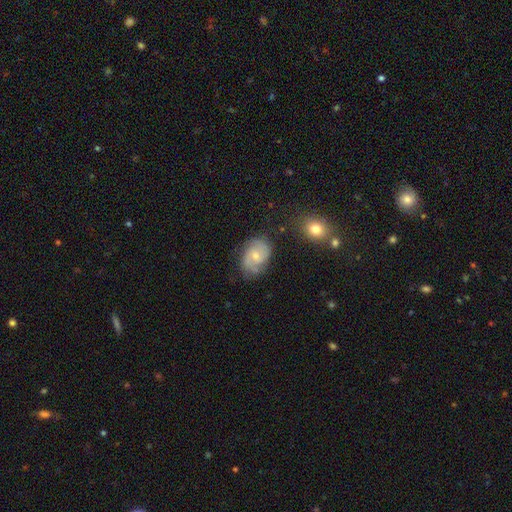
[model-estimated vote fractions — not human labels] Q: Smooth or featured?
A: featured or disk (67%); runner-up: smooth (26%)
Q: Edge-on disk?
A: no (97%); runner-up: yes (3%)
Q: Bar?
A: no (59%); runner-up: weak (37%)
Q: Spiral arms?
A: yes (91%); runner-up: no (9%)
Q: Spiral winding?
A: medium (47%); runner-up: tight (34%)
Q: Spiral arm count?
A: 2 (73%); runner-up: can't tell (13%)
Q: Bulge size?
A: small (53%); runner-up: moderate (42%)
Q: Merging?
A: none (69%); runner-up: minor disturbance (21%)